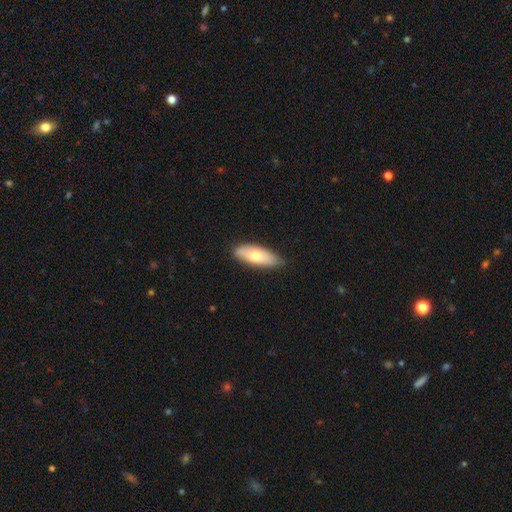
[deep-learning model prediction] Smooth or featured: smooth — 68% (featured or disk — 27%)
How rounded: in between — 72% (cigar-shaped — 26%)
Merging: none — 82% (minor disturbance — 15%)